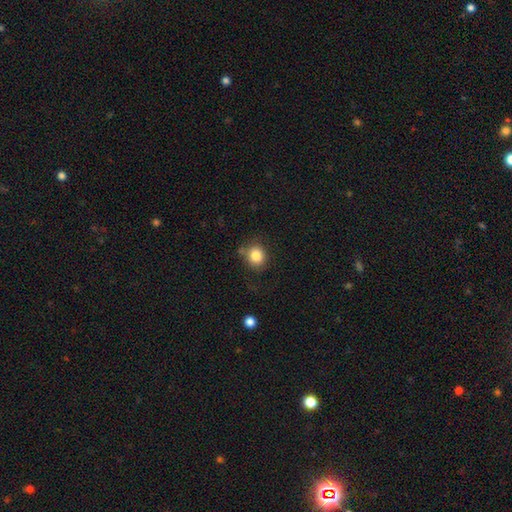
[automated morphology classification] The model was most divided on "merging": none: 74%, minor disturbance: 16%, merger: 5%, major disturbance: 5%. More confident: smooth or featured — smooth (83%); how rounded — round (80%).